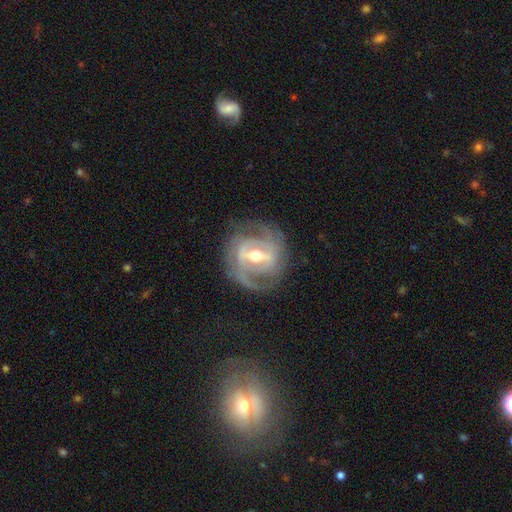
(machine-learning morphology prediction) type=featured or disk (88%); edge-on=no (96%); bar=strong (56%); spiral arms=yes (92%); winding=tight (50%); arm count=2 (54%); bulge=moderate (71%); merging=none (73%).